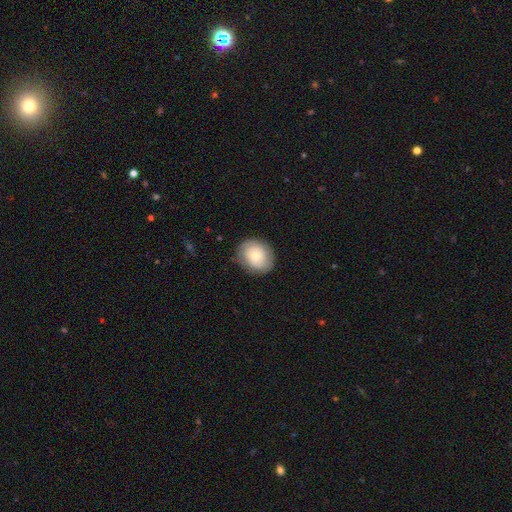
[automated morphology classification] smooth-or-featured: smooth: 58% | featured or disk: 34% | star or artifact: 7%
  how-rounded: round: 63% | in between: 37% | cigar-shaped: 1%
  merging: none: 81% | minor disturbance: 13% | major disturbance: 4% | merger: 1%